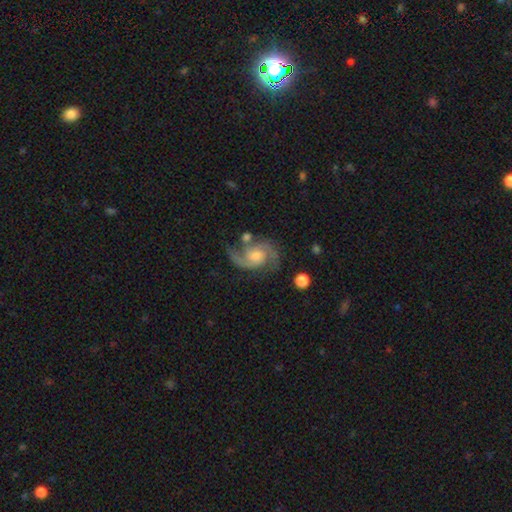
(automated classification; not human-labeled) A featured or disk galaxy (89%) with no bar (62%), 2 (90%) medium (57%) spiral arms (98%) and a moderate central bulge (52%).

Vote fractions:
- Smooth or featured? featured or disk: 89% / smooth: 6% / star or artifact: 5%
- Edge-on disk? no: 98% / yes: 2%
- Bar? no: 62% / weak: 32% / strong: 6%
- Spiral arms? yes: 98% / no: 2%
- Spiral winding? medium: 57% / loose: 25% / tight: 19%
- Spiral arm count? 2: 90% / 3: 3% / can't tell: 3% / 1: 2% / 4: 1% / more than 4: 1%
- Bulge size? moderate: 52% / small: 33% / large: 8% / none: 6% / dominant: 1%
- Merging? none: 67% / minor disturbance: 17% / major disturbance: 9% / merger: 6%